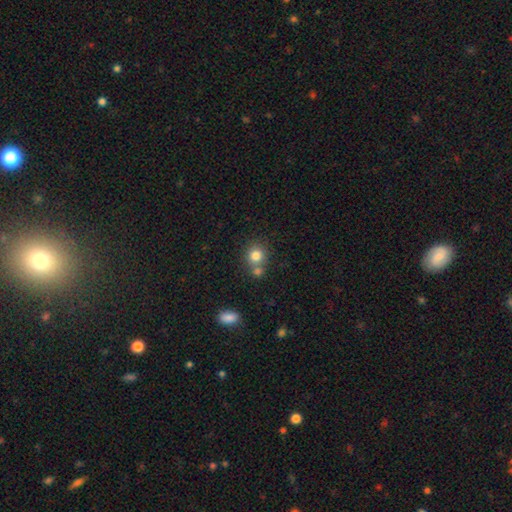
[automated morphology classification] Overall: smooth (81%). How rounded: round (86%). Merging: none (57%; merger 31%).